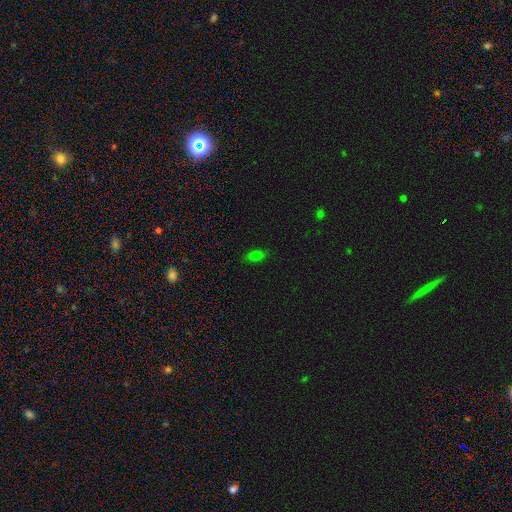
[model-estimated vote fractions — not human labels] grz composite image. It shows a smooth galaxy with no disk features (75%) that is in between round and cigar-shaped (87%). Merging: none (84%).